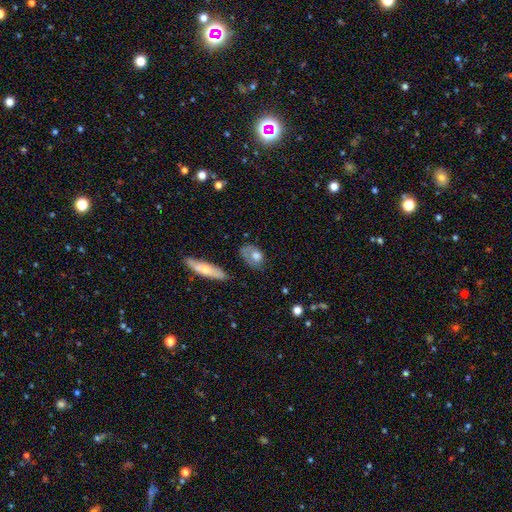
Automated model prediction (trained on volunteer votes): Overall: smooth (63%; featured or disk 30%). How rounded: in between (71%). Merging: none (42%; minor disturbance 30%).